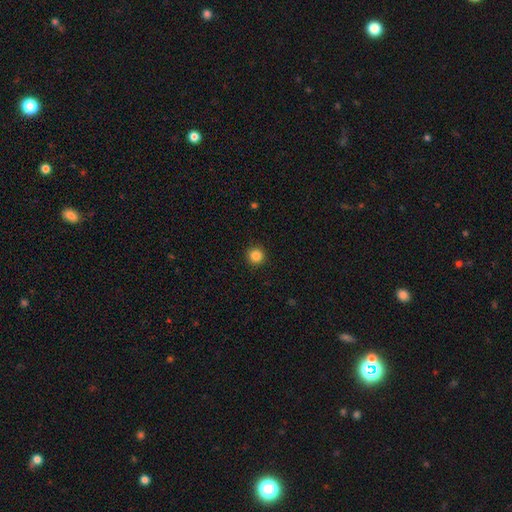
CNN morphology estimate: A smooth galaxy with no disk features (85%) that is round (95%).

Vote fractions:
- Smooth or featured? smooth: 85% / star or artifact: 11% / featured or disk: 4%
- How rounded? round: 95% / in between: 4% / cigar-shaped: 1%
- Merging? none: 93% / minor disturbance: 4% / major disturbance: 2% / merger: 1%